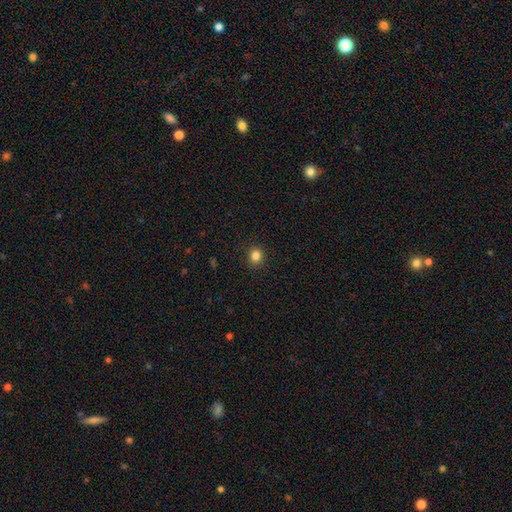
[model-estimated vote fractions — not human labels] A smooth galaxy with no disk features (84%) that is round (81%).

Vote fractions:
- Smooth or featured? smooth: 84% / star or artifact: 11% / featured or disk: 4%
- How rounded? round: 81% / in between: 19% / cigar-shaped: 1%
- Merging? none: 91% / minor disturbance: 6% / major disturbance: 2% / merger: 1%